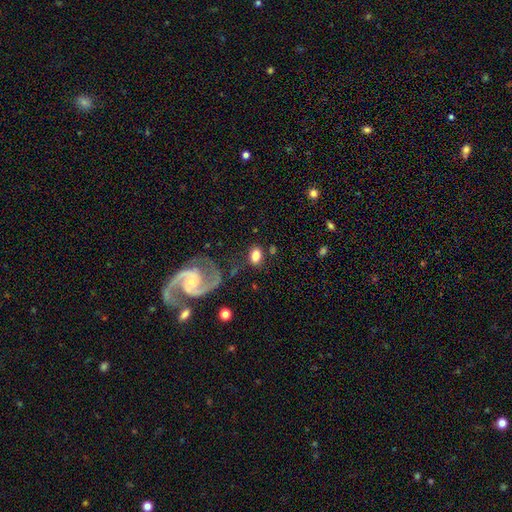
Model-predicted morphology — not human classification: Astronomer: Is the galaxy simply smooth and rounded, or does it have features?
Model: smooth — 69%.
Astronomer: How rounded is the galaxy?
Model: in between — 80%.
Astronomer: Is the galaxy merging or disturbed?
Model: none — 71%.